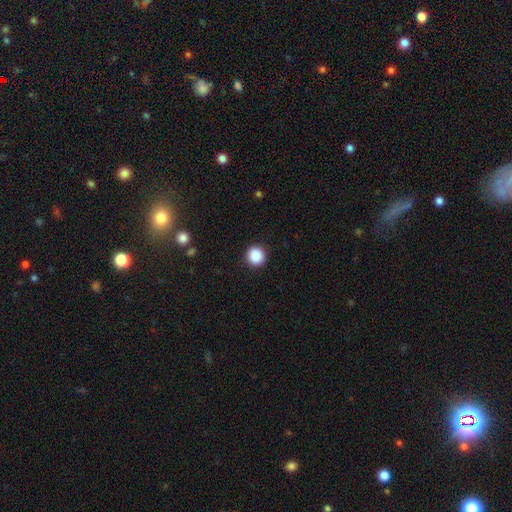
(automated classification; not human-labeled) Morphology: type=smooth (88%); roundness=round (93%); merging=none (92%).